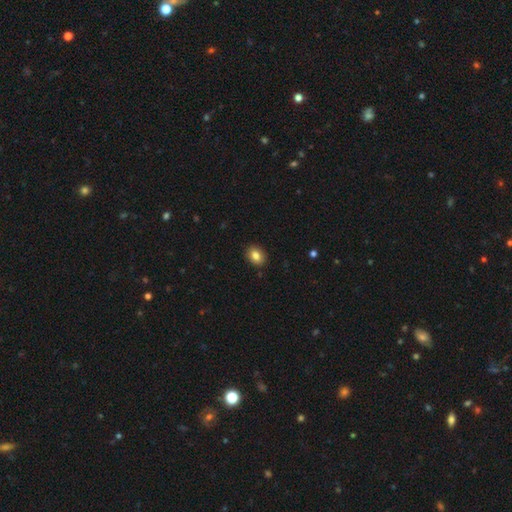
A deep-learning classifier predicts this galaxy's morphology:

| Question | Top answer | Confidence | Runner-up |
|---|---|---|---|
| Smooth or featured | smooth | 83% | star or artifact (9%) |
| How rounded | in between | 51% | round (48%) |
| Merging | none | 90% | minor disturbance (7%) |